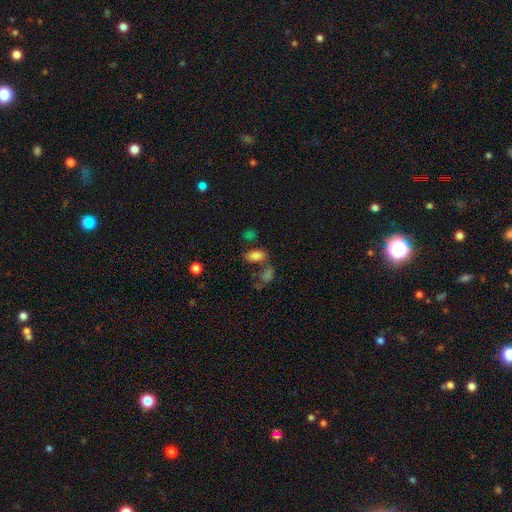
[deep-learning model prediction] Overall: smooth (78%). How rounded: in between (89%). Merging: none (53%; merger 23%).